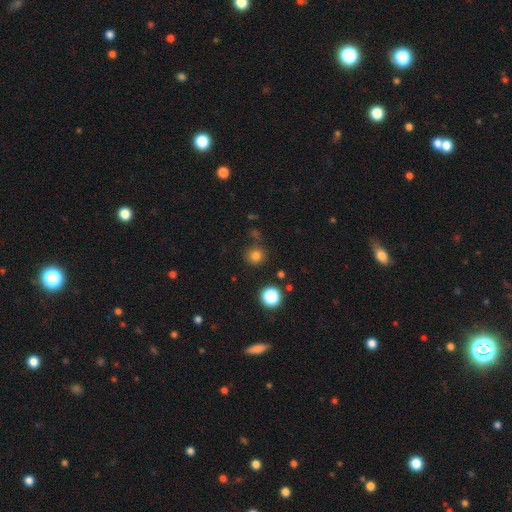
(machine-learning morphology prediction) Smooth or featured: smooth — 78% (star or artifact — 17%)
How rounded: round — 94% (in between — 5%)
Merging: none — 85% (minor disturbance — 8%)